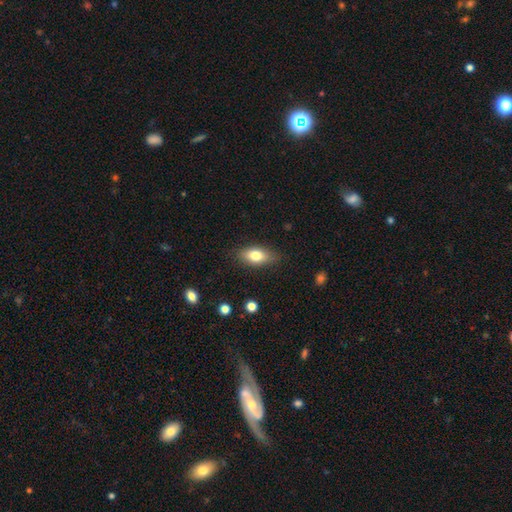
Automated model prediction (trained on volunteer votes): Smooth or featured?
  - smooth: 77% *
  - featured or disk: 15%
  - star or artifact: 8%
How rounded?
  - in between: 86% *
  - cigar-shaped: 9%
  - round: 6%
Merging?
  - none: 81% *
  - minor disturbance: 15%
  - major disturbance: 3%
  - merger: 1%